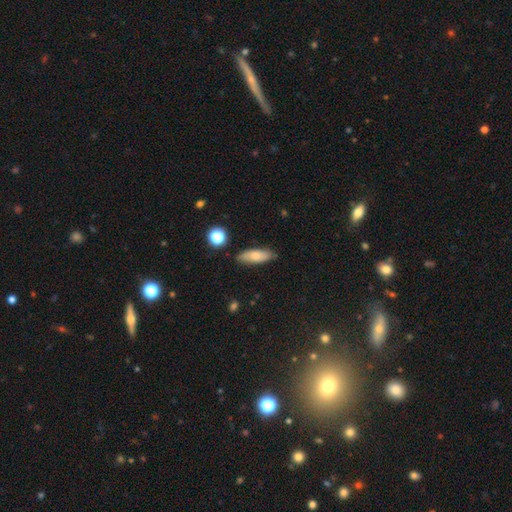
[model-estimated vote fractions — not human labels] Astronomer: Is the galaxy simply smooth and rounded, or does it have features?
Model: smooth — 75%.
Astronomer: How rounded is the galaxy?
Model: in between — 67%.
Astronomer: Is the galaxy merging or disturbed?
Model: none — 83%.